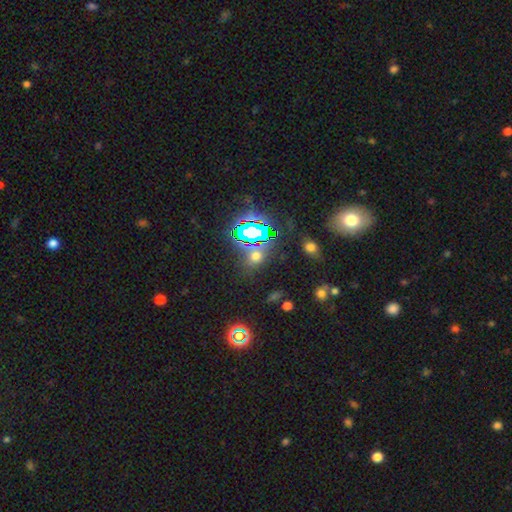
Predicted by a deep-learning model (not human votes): Smooth or featured? Predicted: star or artifact (p=0.56).